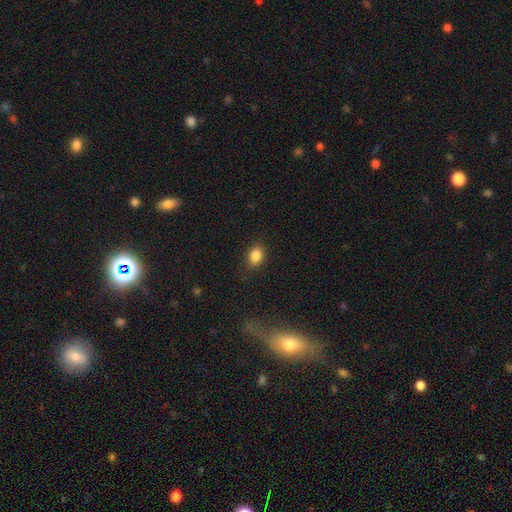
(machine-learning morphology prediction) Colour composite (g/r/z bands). It shows a smooth galaxy with no disk features (85%) that is in between round and cigar-shaped (69%). Merging: none (84%).